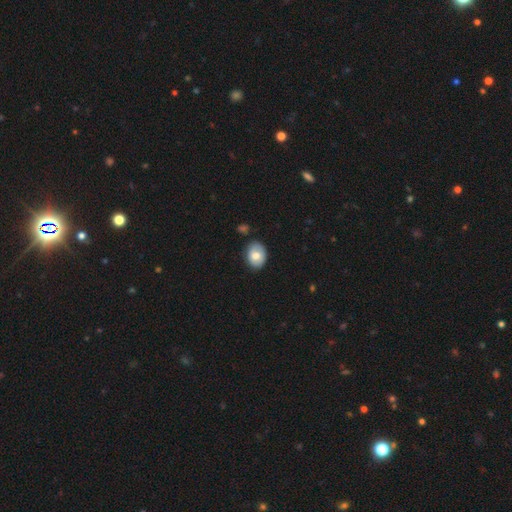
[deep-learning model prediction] Smooth or featured: smooth — 72% (featured or disk — 21%)
How rounded: in between — 67% (round — 32%)
Merging: none — 83% (minor disturbance — 13%)